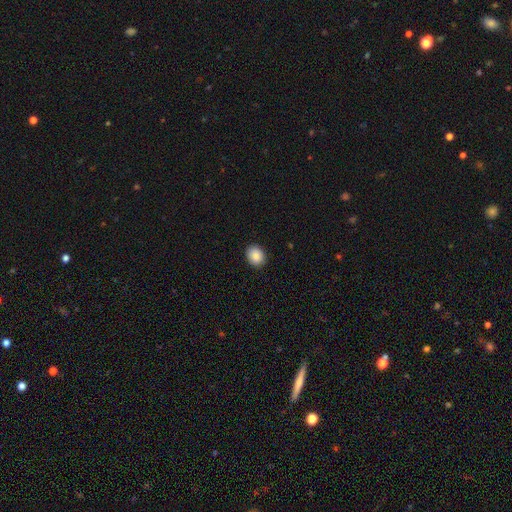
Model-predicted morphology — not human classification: type=smooth (88%); roundness=round (53%); merging=none (90%).